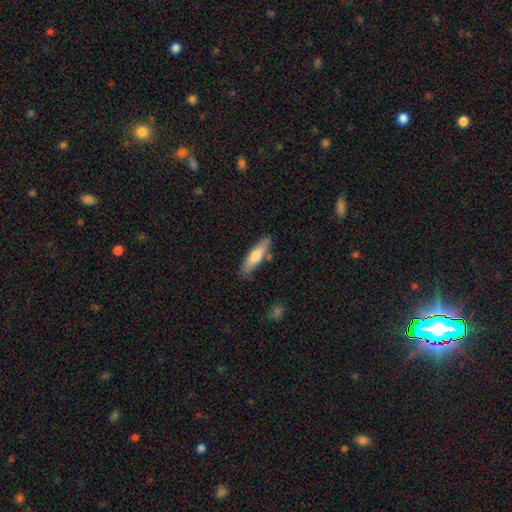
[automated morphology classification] smooth-or-featured: smooth: 69% | featured or disk: 26% | star or artifact: 5%
  how-rounded: cigar-shaped: 68% | in between: 30% | round: 2%
  merging: none: 82% | minor disturbance: 12% | merger: 3% | major disturbance: 2%